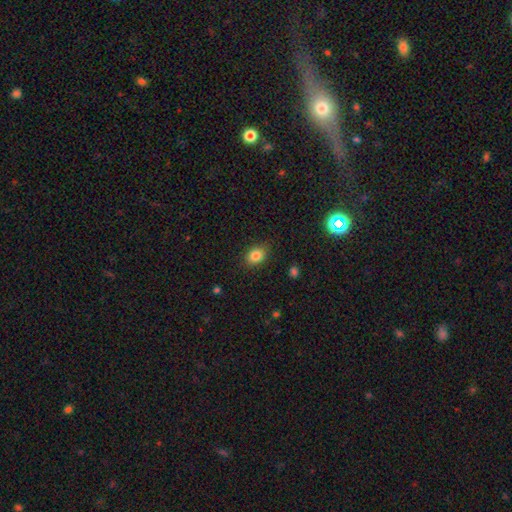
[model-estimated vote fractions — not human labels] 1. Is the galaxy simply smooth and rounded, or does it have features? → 84% smooth, 10% star or artifact, 6% featured or disk.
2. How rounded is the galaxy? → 62% in between, 37% round, 1% cigar-shaped.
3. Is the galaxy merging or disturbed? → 84% none, 12% minor disturbance, 3% major disturbance, 1% merger.